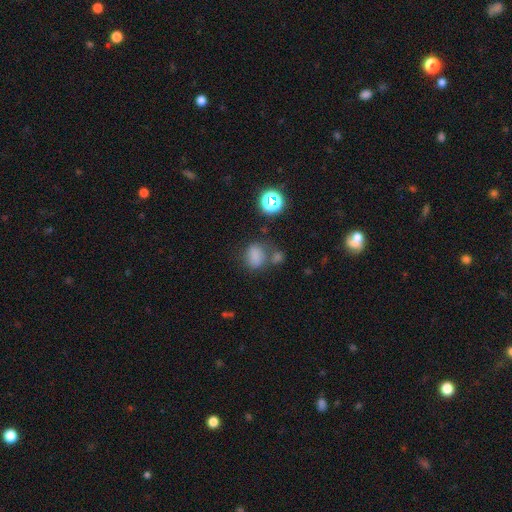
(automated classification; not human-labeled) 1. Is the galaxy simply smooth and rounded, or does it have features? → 72% smooth, 19% star or artifact, 9% featured or disk.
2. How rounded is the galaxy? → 58% in between, 40% round, 1% cigar-shaped.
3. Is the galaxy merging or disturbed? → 49% none, 23% merger, 18% minor disturbance, 10% major disturbance.